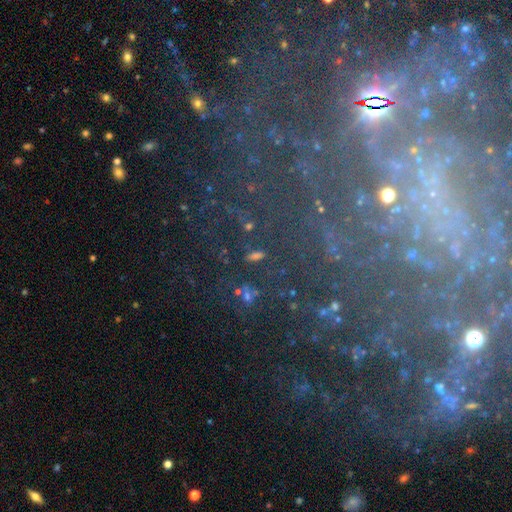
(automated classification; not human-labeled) Overall: star or artifact (49%; smooth 30%).